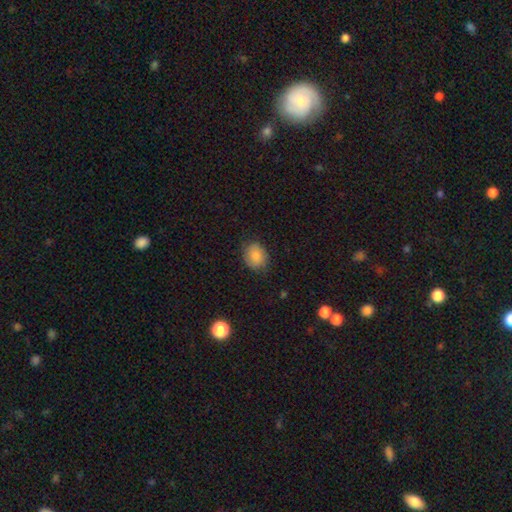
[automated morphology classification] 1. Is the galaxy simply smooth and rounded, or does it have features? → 84% smooth, 8% featured or disk, 8% star or artifact.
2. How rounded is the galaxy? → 53% round, 46% in between, 1% cigar-shaped.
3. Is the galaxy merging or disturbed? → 79% none, 16% minor disturbance, 4% major disturbance, 1% merger.